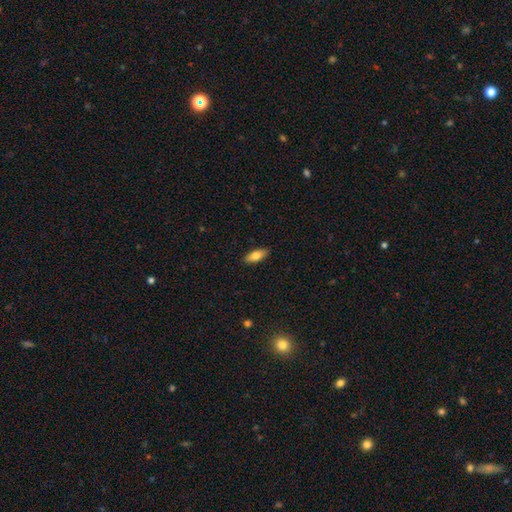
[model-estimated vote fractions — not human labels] The model was most divided on "how rounded": in between: 74%, cigar-shaped: 24%, round: 2%. More confident: merging — none (89%); smooth or featured — smooth (79%).